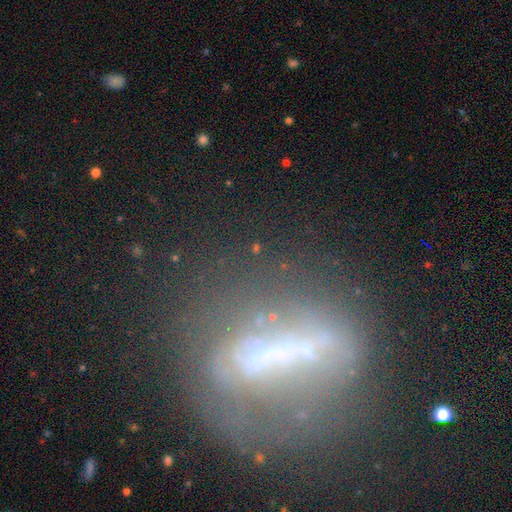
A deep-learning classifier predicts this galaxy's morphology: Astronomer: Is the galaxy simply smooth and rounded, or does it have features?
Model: featured or disk — 57%.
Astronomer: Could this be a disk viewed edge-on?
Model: no — 65%.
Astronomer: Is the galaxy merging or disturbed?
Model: none — 51%.